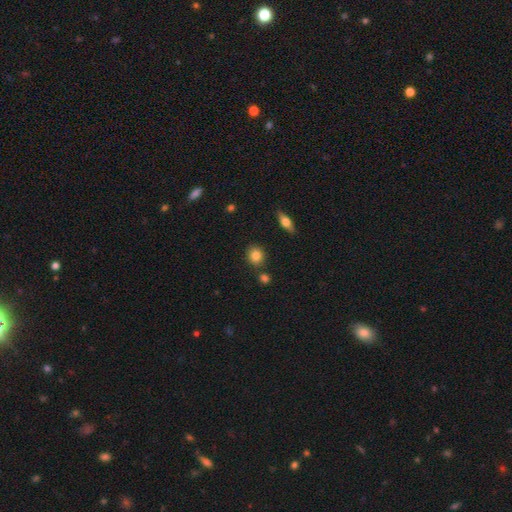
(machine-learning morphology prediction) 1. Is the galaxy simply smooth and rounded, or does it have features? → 82% smooth, 9% star or artifact, 8% featured or disk.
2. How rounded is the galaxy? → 75% round, 24% in between, 2% cigar-shaped.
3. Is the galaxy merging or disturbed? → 81% none, 10% minor disturbance, 7% merger, 2% major disturbance.